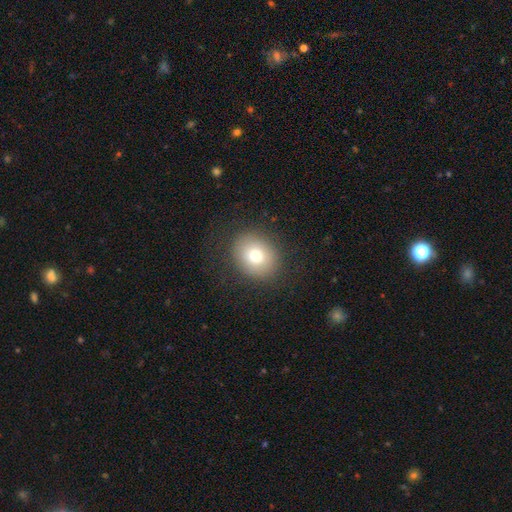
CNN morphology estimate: This appears to be a smooth galaxy with no disk features (75%) that is round (65%). Merging: none (85%).